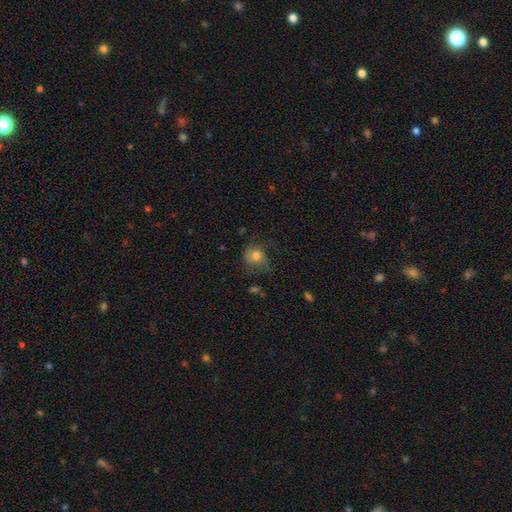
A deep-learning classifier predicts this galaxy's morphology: A smooth galaxy with no disk features (66%) that is round (75%). Merging: none (51%).